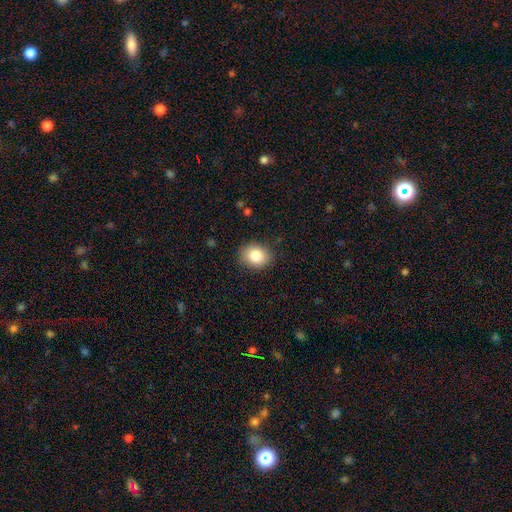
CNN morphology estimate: type=smooth (84%); roundness=round (50%); merging=none (86%).